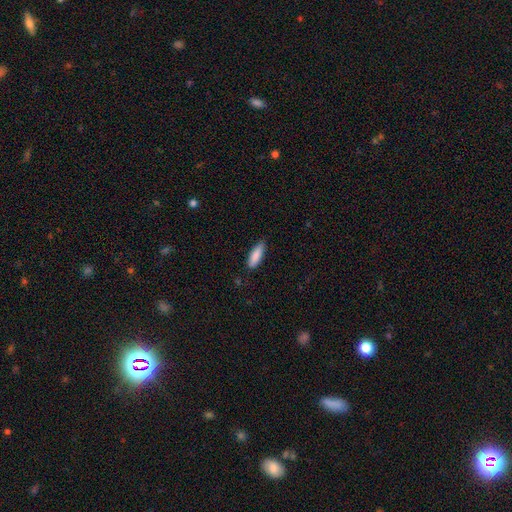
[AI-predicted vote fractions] The model was most divided on "how rounded" (2-way tie): in between: 49%, cigar-shaped: 49%, round: 2%. More confident: smooth or featured — smooth (87%); merging — none (78%).